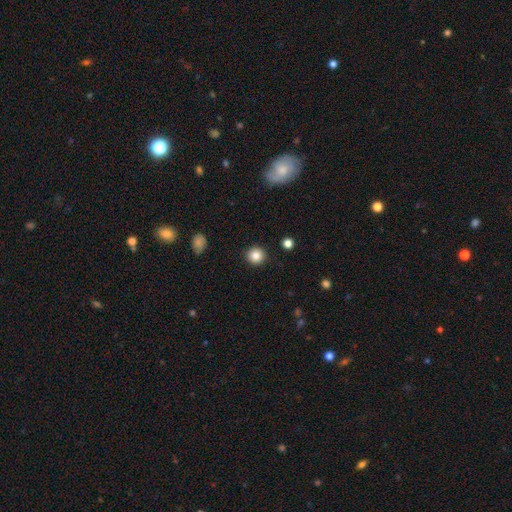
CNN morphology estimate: smooth_or_featured: smooth (p=0.84) [alt: star or artifact p=0.10]
how_rounded: round (p=0.93) [alt: in between p=0.06]
merging: none (p=0.91) [alt: minor disturbance p=0.05]